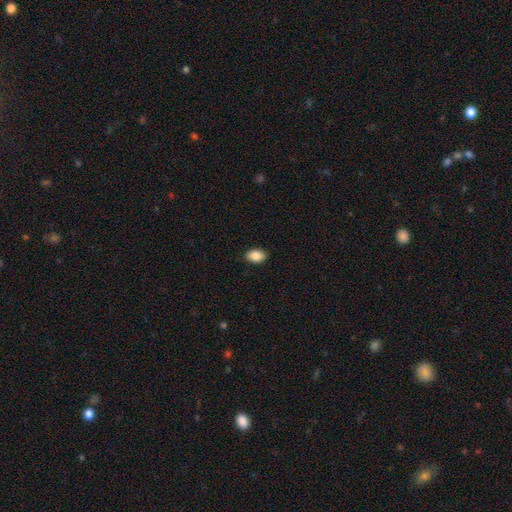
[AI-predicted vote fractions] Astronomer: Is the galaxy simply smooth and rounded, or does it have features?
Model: smooth — 87%.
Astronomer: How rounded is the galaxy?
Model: in between — 87%.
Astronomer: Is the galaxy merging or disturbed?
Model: none — 89%.